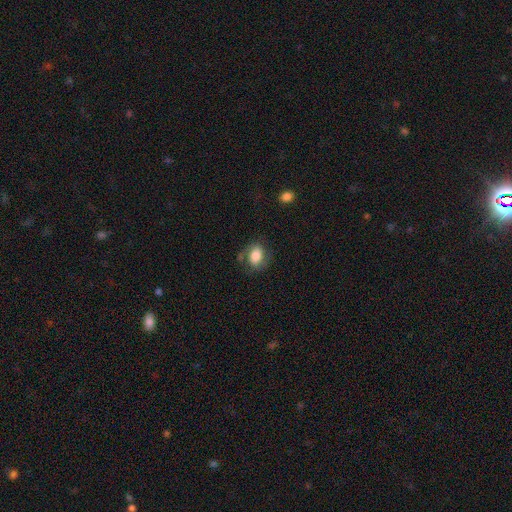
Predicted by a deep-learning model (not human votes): This is likely a smooth galaxy (70%). How rounded: likely in between (70%). Merging: likely none (62%).